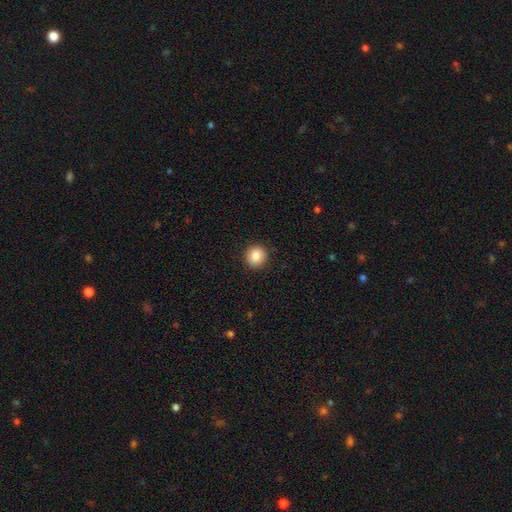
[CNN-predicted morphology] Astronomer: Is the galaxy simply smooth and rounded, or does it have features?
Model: smooth — 86%.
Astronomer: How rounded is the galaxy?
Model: round — 88%.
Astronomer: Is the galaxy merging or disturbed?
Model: none — 91%.